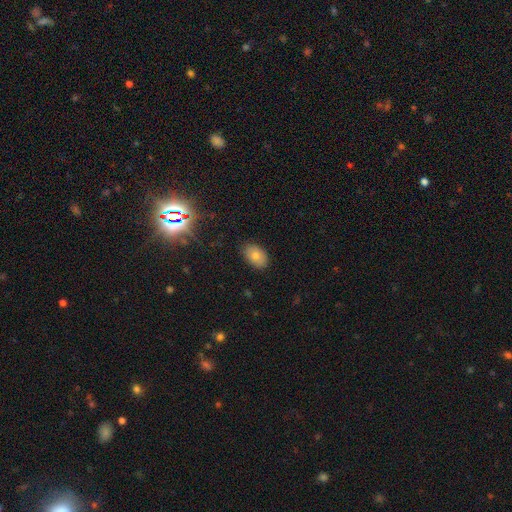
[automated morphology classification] Overall: smooth (79%). How rounded: in between (89%). Merging: none (86%).